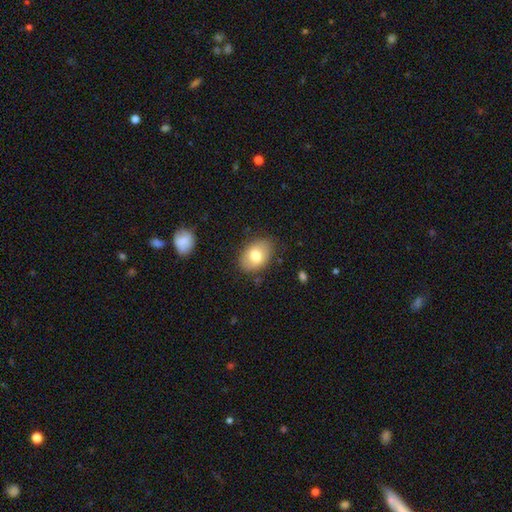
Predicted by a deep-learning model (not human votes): A smooth galaxy with no disk features (77%) that is in between round and cigar-shaped (84%).

Vote fractions:
- Smooth or featured? smooth: 77% / featured or disk: 16% / star or artifact: 7%
- How rounded? in between: 84% / round: 15% / cigar-shaped: 1%
- Merging? none: 81% / minor disturbance: 14% / major disturbance: 3% / merger: 2%